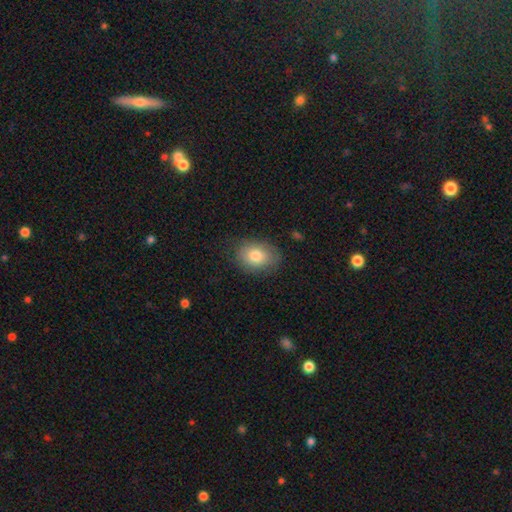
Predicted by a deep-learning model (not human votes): smooth_or_featured: smooth (p=0.80) [alt: featured or disk p=0.12]
how_rounded: in between (p=0.71) [alt: round p=0.28]
merging: none (p=0.79) [alt: minor disturbance p=0.16]